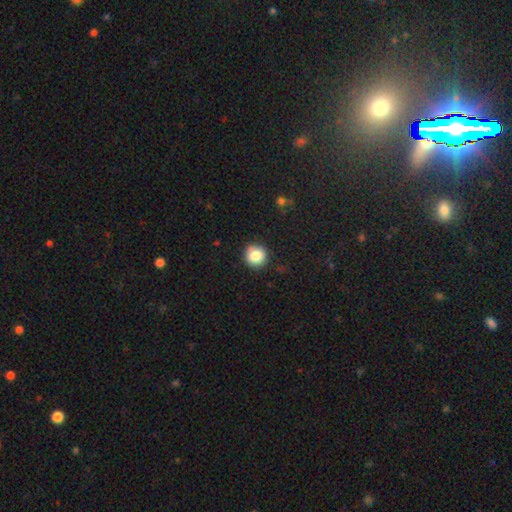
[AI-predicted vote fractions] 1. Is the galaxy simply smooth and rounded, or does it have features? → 83% smooth, 10% star or artifact, 6% featured or disk.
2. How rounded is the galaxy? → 93% round, 6% in between, 1% cigar-shaped.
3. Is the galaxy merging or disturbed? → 83% none, 11% minor disturbance, 4% merger, 3% major disturbance.